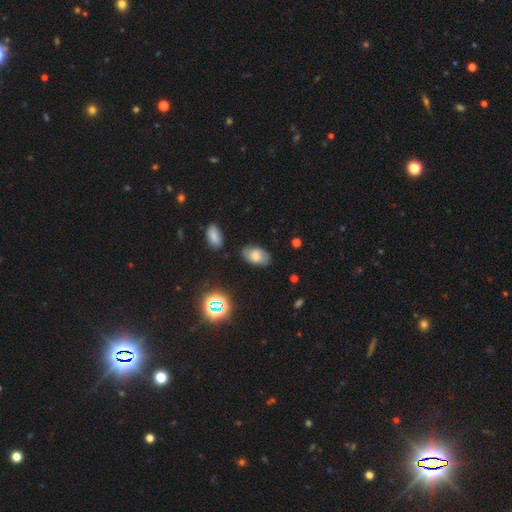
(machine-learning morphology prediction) type=smooth (68%); roundness=in between (92%); merging=none (78%).